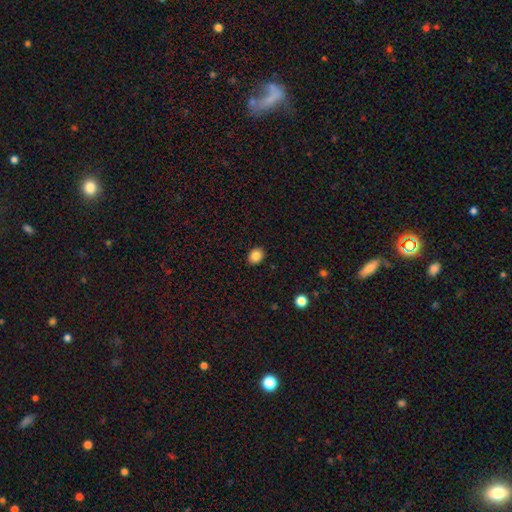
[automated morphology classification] A smooth galaxy with no disk features (85%) that is in between round and cigar-shaped (51%).

Vote fractions:
- Smooth or featured? smooth: 85% / star or artifact: 10% / featured or disk: 5%
- How rounded? in between: 51% / round: 48% / cigar-shaped: 1%
- Merging? none: 90% / minor disturbance: 7% / major disturbance: 2% / merger: 1%